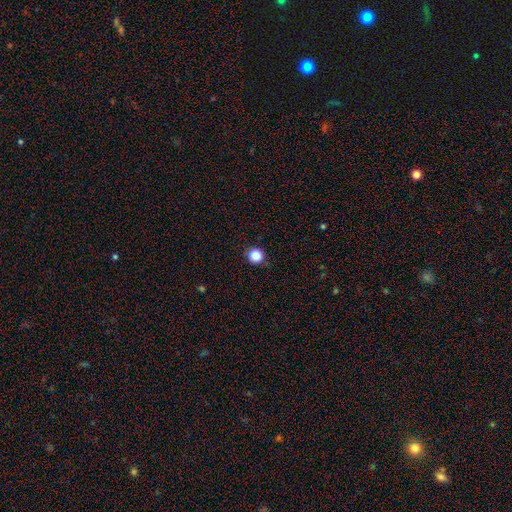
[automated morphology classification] A smooth galaxy with no disk features (87%) that is round (95%).

Vote fractions:
- Smooth or featured? smooth: 87% / star or artifact: 10% / featured or disk: 3%
- How rounded? round: 95% / in between: 4% / cigar-shaped: 1%
- Merging? none: 90% / minor disturbance: 7% / major disturbance: 2% / merger: 1%